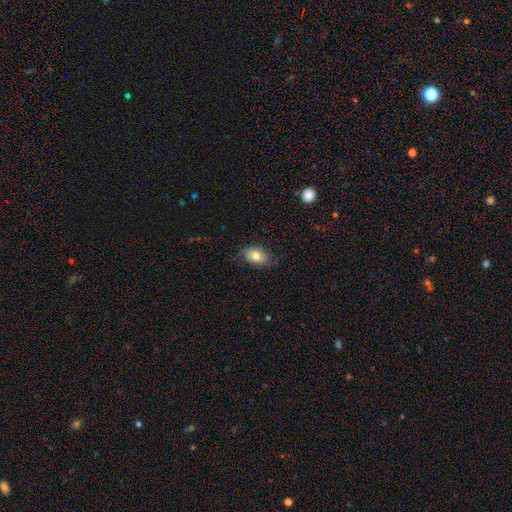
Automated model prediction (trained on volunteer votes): Overall: smooth (70%). How rounded: in between (84%). Merging: none (69%).